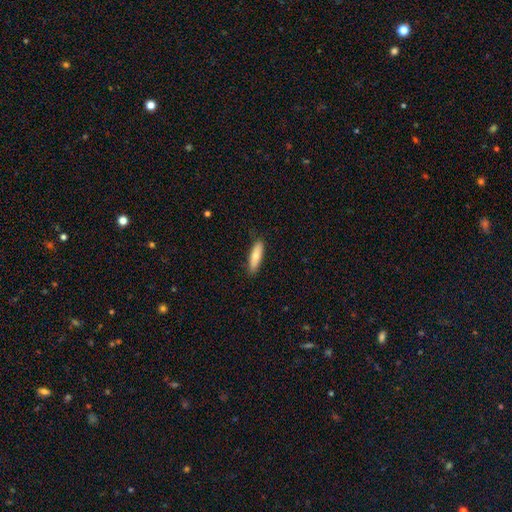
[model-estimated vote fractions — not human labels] Overall: smooth (75%). How rounded: cigar-shaped (59%; in between 40%). Merging: none (85%).